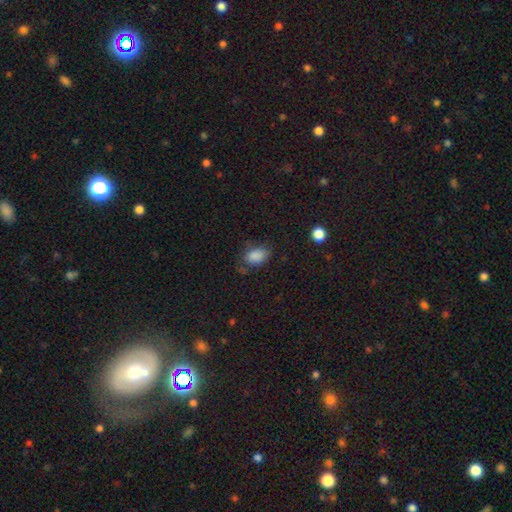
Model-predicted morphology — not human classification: smooth_or_featured: smooth (p=0.85) [alt: star or artifact p=0.10]
how_rounded: in between (p=0.84) [alt: round p=0.14]
merging: none (p=0.65) [alt: minor disturbance p=0.24]